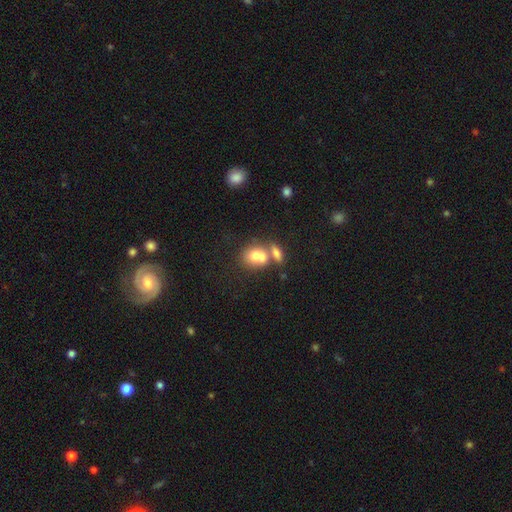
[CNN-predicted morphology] This appears to be a smooth galaxy with no disk features (72%) that is in between round and cigar-shaped (52%). Merging: merger (59%).